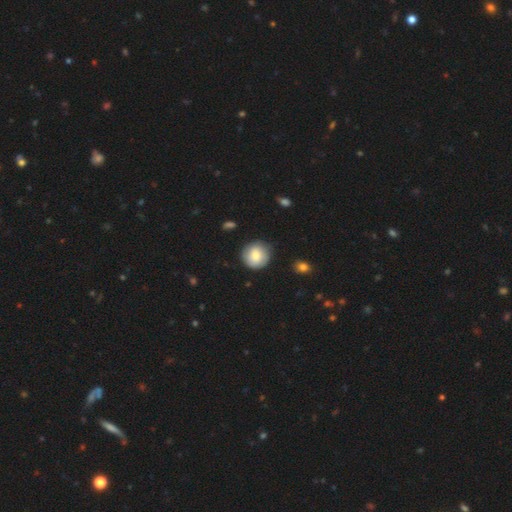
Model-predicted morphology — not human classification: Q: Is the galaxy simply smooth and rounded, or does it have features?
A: smooth — 77%.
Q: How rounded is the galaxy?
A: round — 91%.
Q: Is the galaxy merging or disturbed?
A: none — 81%.